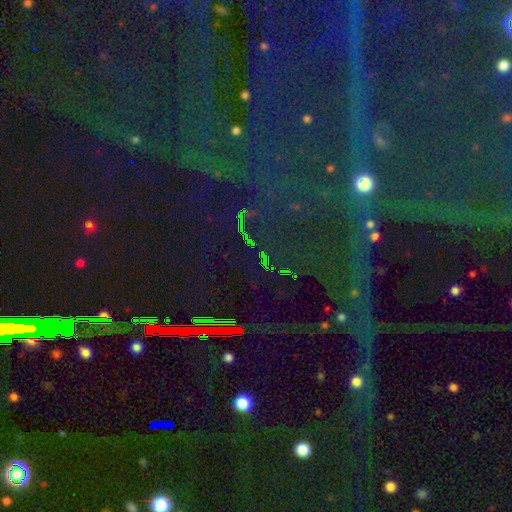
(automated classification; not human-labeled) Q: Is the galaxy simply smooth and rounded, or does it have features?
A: star or artifact — 86%.